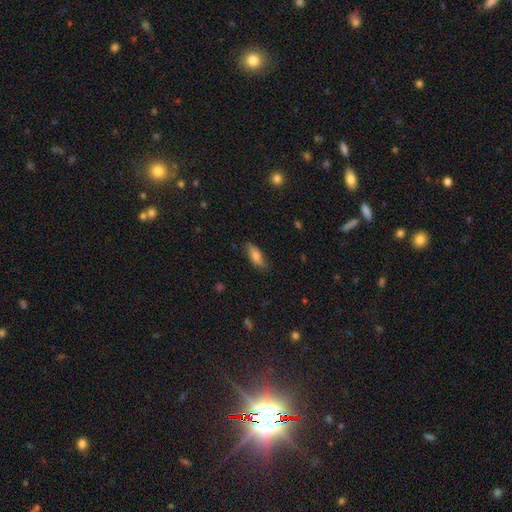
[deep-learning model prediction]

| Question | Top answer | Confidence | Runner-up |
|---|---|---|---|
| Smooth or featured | smooth | 72% | featured or disk (20%) |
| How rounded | in between | 68% | cigar-shaped (29%) |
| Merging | none | 79% | minor disturbance (17%) |